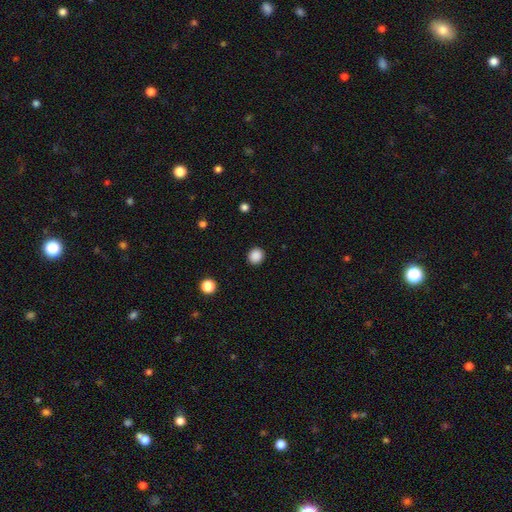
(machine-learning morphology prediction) The model was most divided on "how rounded": round: 86%, in between: 13%, cigar-shaped: 1%. More confident: merging — none (91%); smooth or featured — smooth (88%).